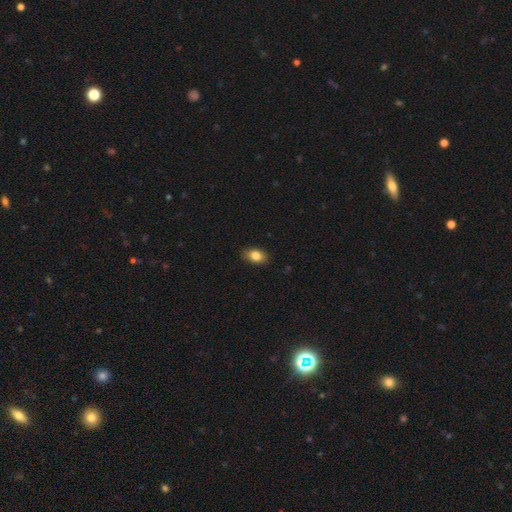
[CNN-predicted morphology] type=smooth (84%); roundness=in between (85%); merging=none (87%).